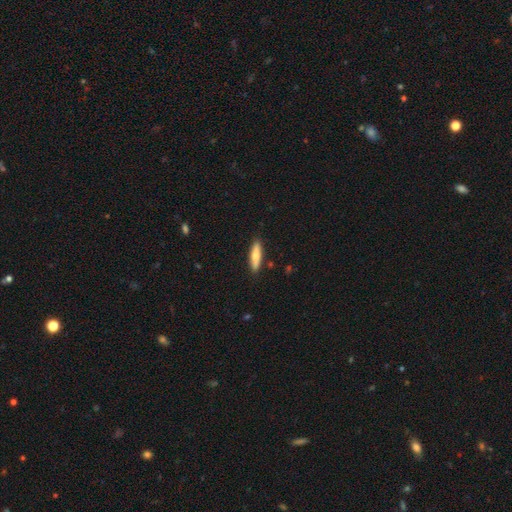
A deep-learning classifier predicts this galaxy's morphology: Smooth or featured? smooth (66%)
How rounded? cigar-shaped (72%)
Merging? none (88%)